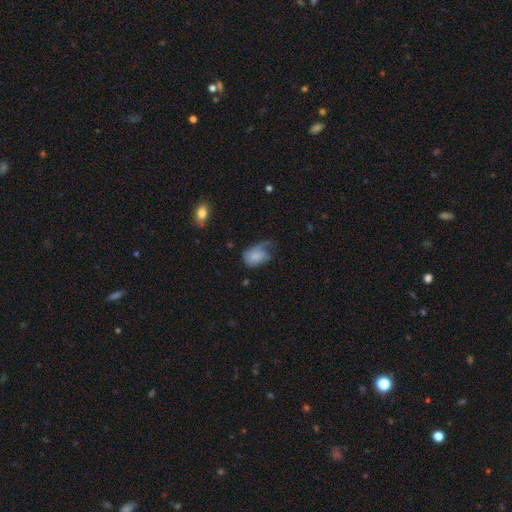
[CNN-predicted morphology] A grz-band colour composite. It shows a smooth galaxy with no disk features (64%) that is in between round and cigar-shaped (79%). Merging: major disturbance (41%).